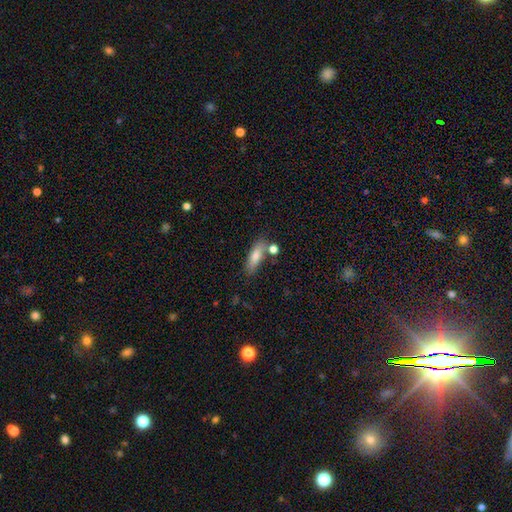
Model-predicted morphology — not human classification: Smooth or featured? smooth (76%)
How rounded? cigar-shaped (49%)
Merging? none (68%)